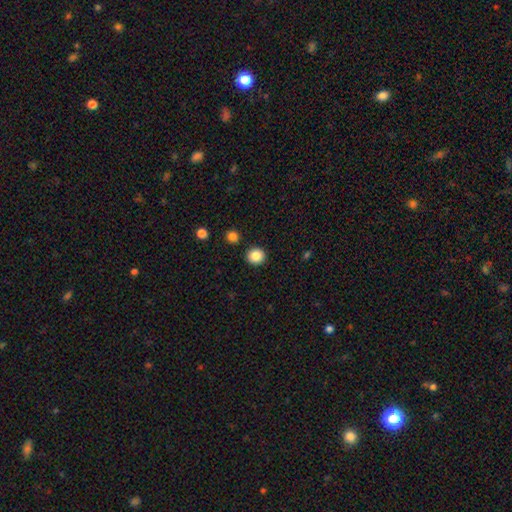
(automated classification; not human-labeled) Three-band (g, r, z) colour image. It shows a smooth galaxy with no disk features (86%) that is round (91%). Merging: none (90%).